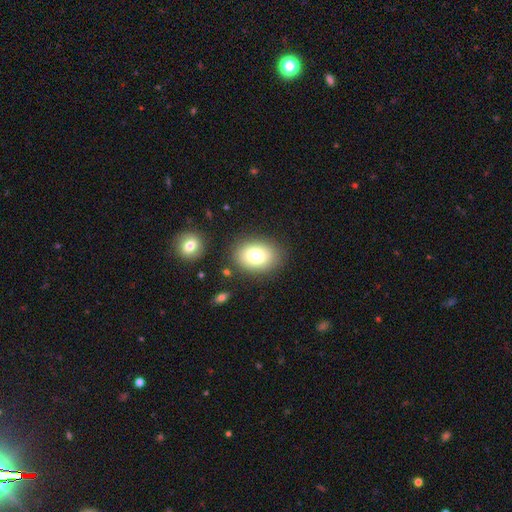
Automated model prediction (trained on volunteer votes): A smooth galaxy with no disk features (76%) that is in between round and cigar-shaped (73%).

Vote fractions:
- Smooth or featured? smooth: 76% / featured or disk: 14% / star or artifact: 10%
- How rounded? in between: 73% / round: 26% / cigar-shaped: 1%
- Merging? none: 82% / minor disturbance: 11% / major disturbance: 4% / merger: 3%